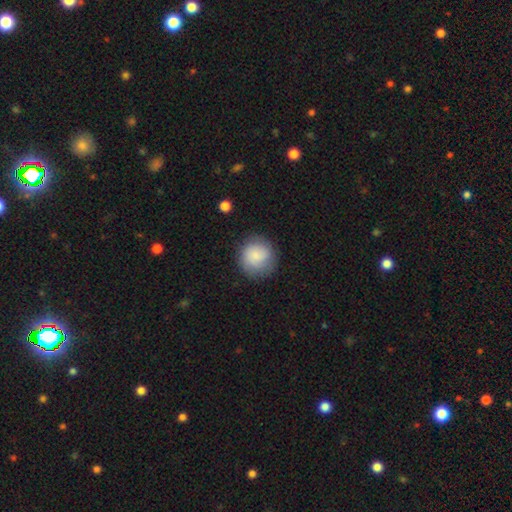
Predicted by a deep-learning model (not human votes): Smooth or featured? smooth (73%)
How rounded? round (92%)
Merging? none (80%)